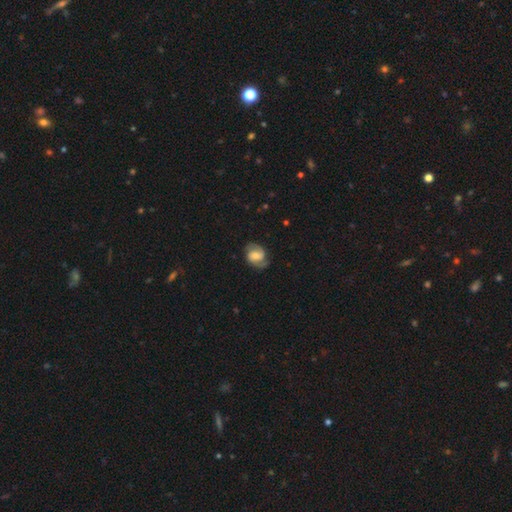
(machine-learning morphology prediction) smooth-or-featured: featured or disk: 66% | smooth: 27% | star or artifact: 7%
  disk-edge-on: no: 97% | yes: 3%
    bar: weak: 43% (tied) | no: 43% (tied) | strong: 14%
    has-spiral-arms: yes: 90% | no: 10%
      spiral-winding: medium: 47% | tight: 32% | loose: 22%
      spiral-arm-count: 2: 83% | can't tell: 8% | 1: 5% | 3: 2% | 4: 1% | more than 4: 1%
    bulge-size: moderate: 54% | small: 32% | large: 8% | none: 4% | dominant: 1%
  merging: none: 69% | minor disturbance: 21% | major disturbance: 9% | merger: 1%